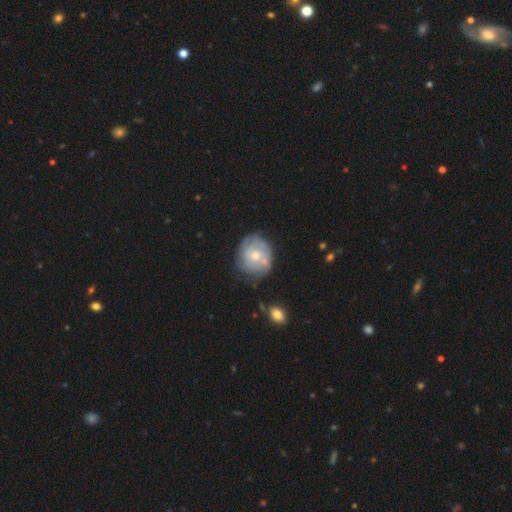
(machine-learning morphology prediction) smooth_or_featured: featured or disk (p=0.60) [alt: smooth p=0.34]
disk_edge_on: no (p=0.97) [alt: yes p=0.03]
bar: no (p=0.77) [alt: weak p=0.20]
has_spiral_arms: yes (p=0.70) [alt: no p=0.30]
bulge_size: moderate (p=0.52) [alt: small p=0.42]
merging: none (p=0.63) [alt: minor disturbance p=0.23]